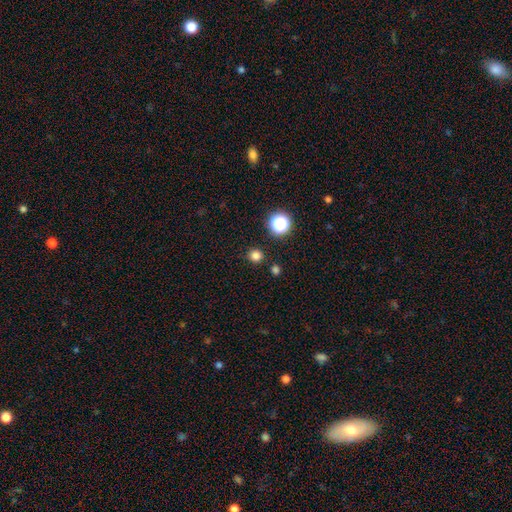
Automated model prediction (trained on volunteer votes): smooth_or_featured: smooth (p=0.79) [alt: star or artifact p=0.17]
how_rounded: round (p=0.93) [alt: in between p=0.06]
merging: none (p=0.89) [alt: minor disturbance p=0.05]